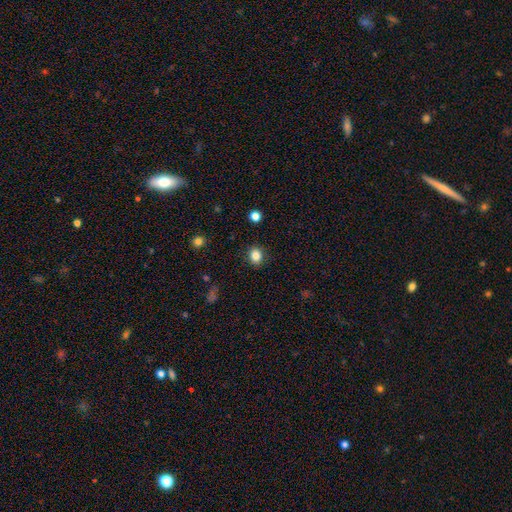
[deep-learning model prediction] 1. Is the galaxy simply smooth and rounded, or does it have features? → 84% smooth, 10% star or artifact, 5% featured or disk.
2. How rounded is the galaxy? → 64% round, 35% in between, 1% cigar-shaped.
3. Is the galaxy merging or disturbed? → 88% none, 8% minor disturbance, 2% major disturbance, 1% merger.